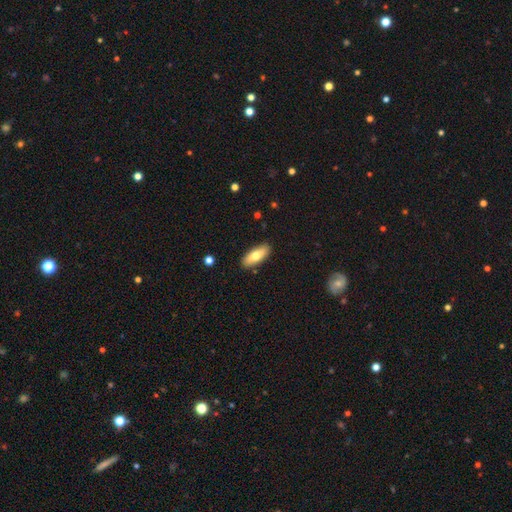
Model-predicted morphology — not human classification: A smooth galaxy with no disk features (70%) that is in between round and cigar-shaped (76%).

Vote fractions:
- Smooth or featured? smooth: 70% / featured or disk: 24% / star or artifact: 6%
- How rounded? in between: 76% / cigar-shaped: 21% / round: 3%
- Merging? none: 89% / minor disturbance: 8% / major disturbance: 2% / merger: 1%